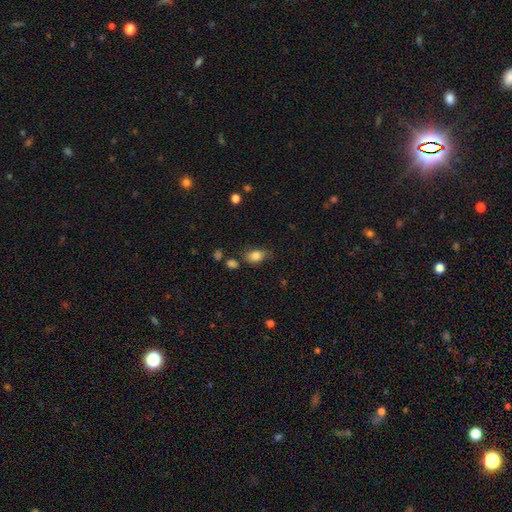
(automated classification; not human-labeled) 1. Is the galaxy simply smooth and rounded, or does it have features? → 83% smooth, 10% star or artifact, 7% featured or disk.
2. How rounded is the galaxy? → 75% in between, 23% round, 2% cigar-shaped.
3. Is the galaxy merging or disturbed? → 63% none, 25% minor disturbance, 7% major disturbance, 4% merger.